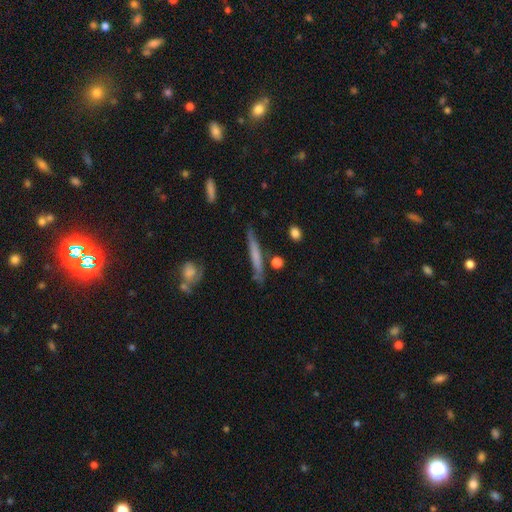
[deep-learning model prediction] Overall: smooth (53%; featured or disk 40%). How rounded: cigar-shaped (94%). Merging: none (80%).